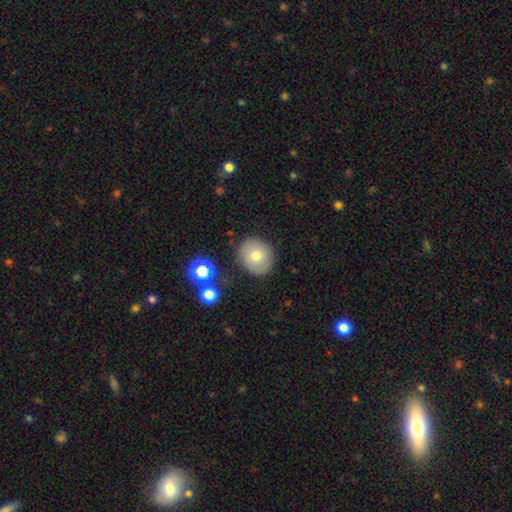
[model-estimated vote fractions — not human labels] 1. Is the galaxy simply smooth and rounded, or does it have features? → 73% smooth, 17% featured or disk, 10% star or artifact.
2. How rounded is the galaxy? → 76% round, 23% in between, 1% cigar-shaped.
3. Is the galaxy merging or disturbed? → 83% none, 11% minor disturbance, 3% major disturbance, 3% merger.